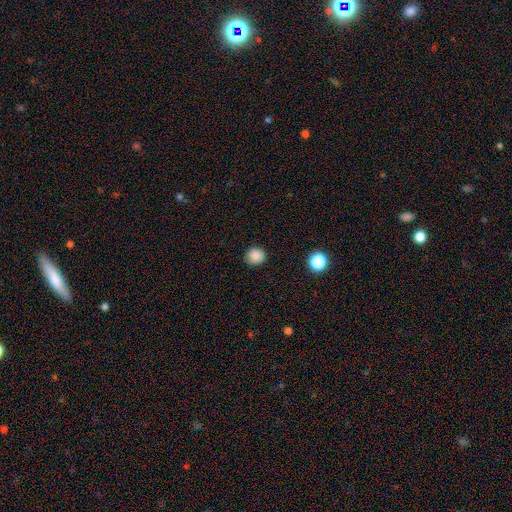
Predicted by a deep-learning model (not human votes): Morphology: type=smooth (85%); roundness=round (83%); merging=none (86%).